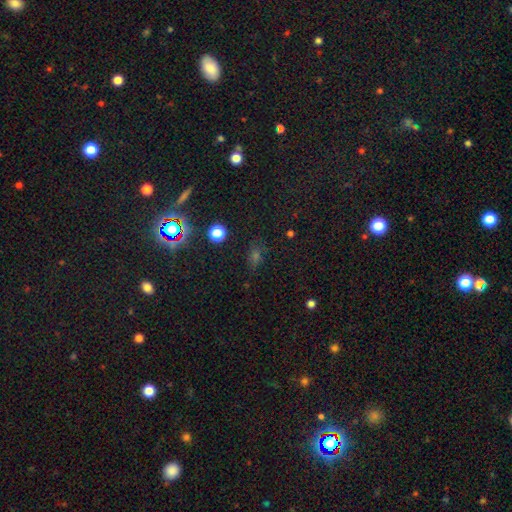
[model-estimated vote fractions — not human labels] A star or artifact, not a galaxy (51%).